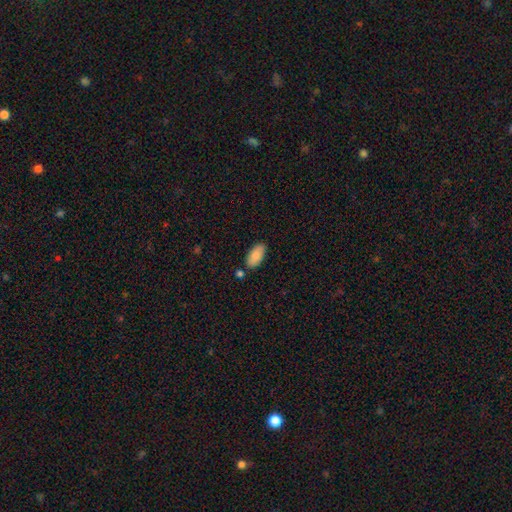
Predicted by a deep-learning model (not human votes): This appears to be a smooth galaxy with no disk features (87%) that is in between round and cigar-shaped (93%). Merging: none (81%).